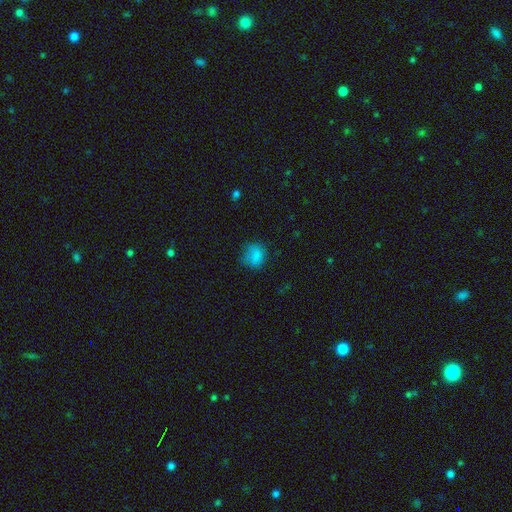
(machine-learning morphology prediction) A smooth galaxy with no disk features (80%) that is round (65%).

Vote fractions:
- Smooth or featured? smooth: 80% / star or artifact: 12% / featured or disk: 8%
- How rounded? round: 65% / in between: 34% / cigar-shaped: 1%
- Merging? none: 62% / minor disturbance: 25% / major disturbance: 11% / merger: 2%